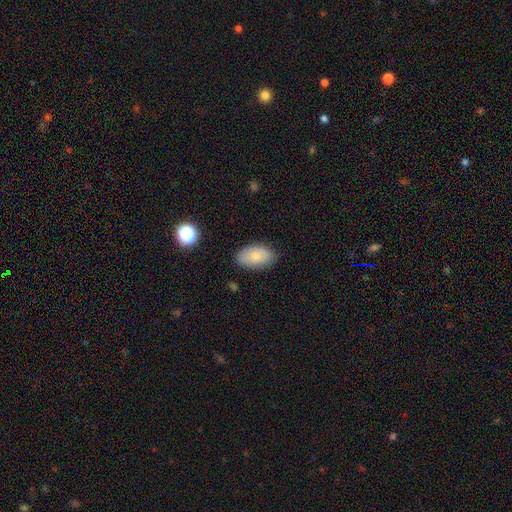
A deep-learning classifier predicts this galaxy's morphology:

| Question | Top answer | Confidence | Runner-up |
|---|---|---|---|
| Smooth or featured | smooth | 79% | featured or disk (14%) |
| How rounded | in between | 93% | round (5%) |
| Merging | none | 82% | minor disturbance (13%) |